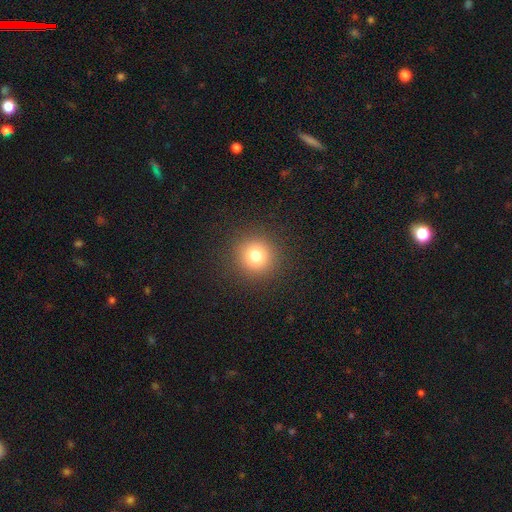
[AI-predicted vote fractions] smooth 78%, star or artifact 14%, featured or disk 8%. Down the decision tree: how rounded — round (94%); merging — none (91%).